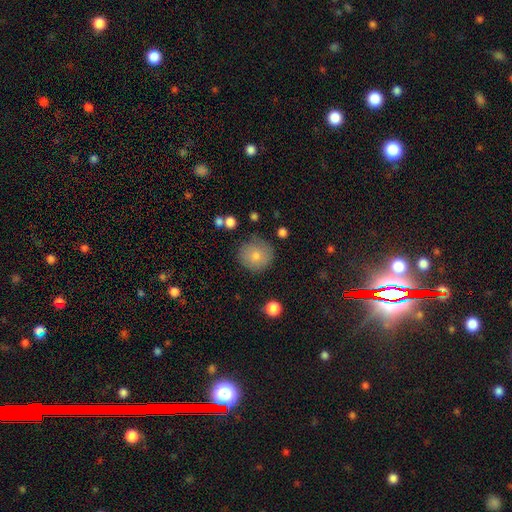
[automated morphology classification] Overall: smooth (78%). How rounded: round (90%). Merging: none (76%).